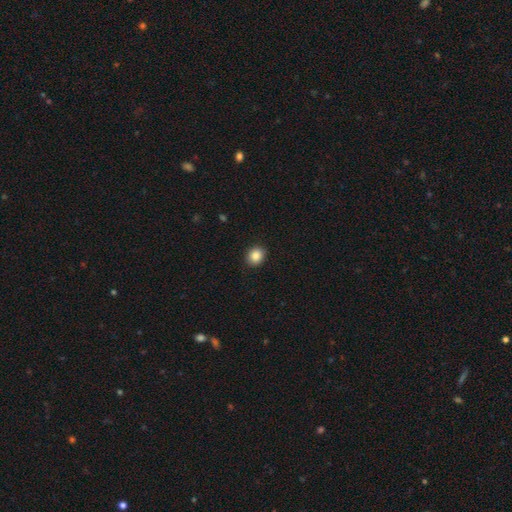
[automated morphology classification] This is clearly a smooth galaxy (87%). How rounded: likely round (70%). Merging: clearly none (90%).